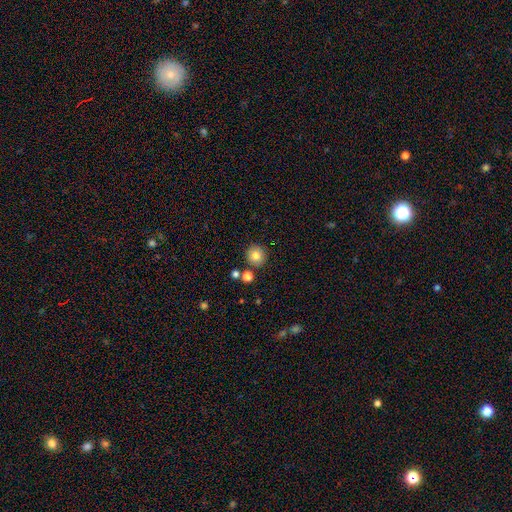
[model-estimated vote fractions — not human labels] A smooth galaxy with no disk features (81%) that is round (93%).

Vote fractions:
- Smooth or featured? smooth: 81% / star or artifact: 11% / featured or disk: 8%
- How rounded? round: 93% / in between: 6% / cigar-shaped: 1%
- Merging? none: 84% / minor disturbance: 7% / merger: 7% / major disturbance: 2%